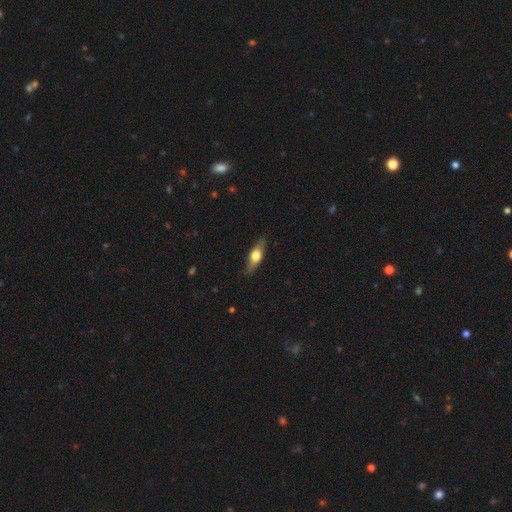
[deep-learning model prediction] Smooth or featured: smooth — 47% (tied with featured or disk — 47%)
Merging: none — 83% (minor disturbance — 13%)